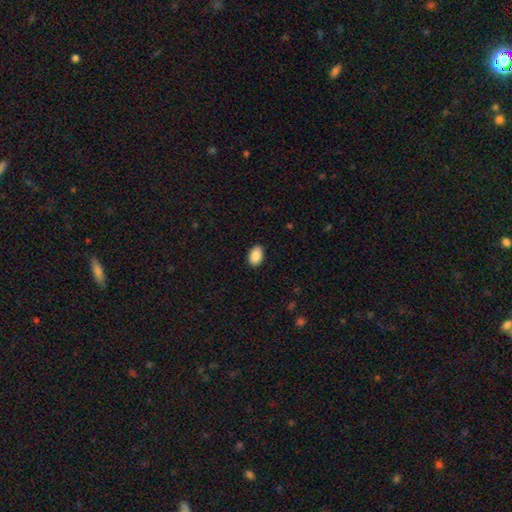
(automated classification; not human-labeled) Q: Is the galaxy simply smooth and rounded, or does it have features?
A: smooth — 89%.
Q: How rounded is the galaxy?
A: in between — 88%.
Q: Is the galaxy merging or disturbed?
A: none — 90%.